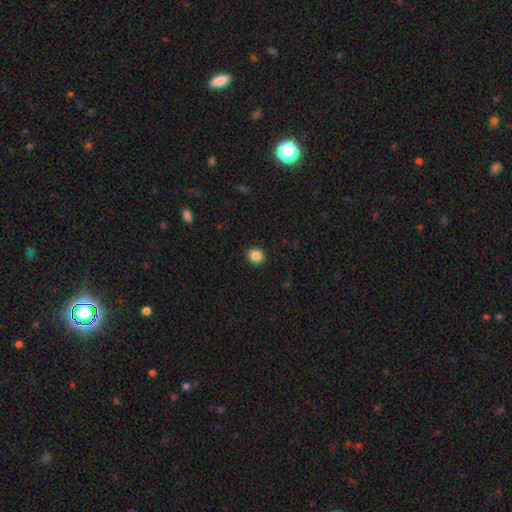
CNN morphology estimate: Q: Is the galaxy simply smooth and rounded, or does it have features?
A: smooth — 86%.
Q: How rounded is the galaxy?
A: round — 82%.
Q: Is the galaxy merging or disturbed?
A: none — 91%.